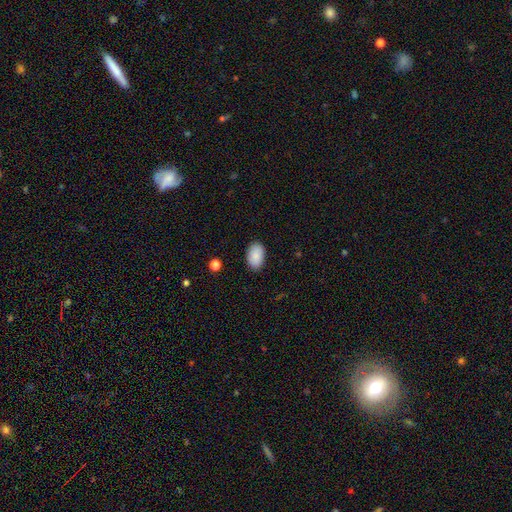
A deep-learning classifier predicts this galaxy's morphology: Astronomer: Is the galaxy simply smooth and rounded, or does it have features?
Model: smooth — 90%.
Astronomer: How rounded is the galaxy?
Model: in between — 92%.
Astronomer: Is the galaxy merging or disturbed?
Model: none — 88%.